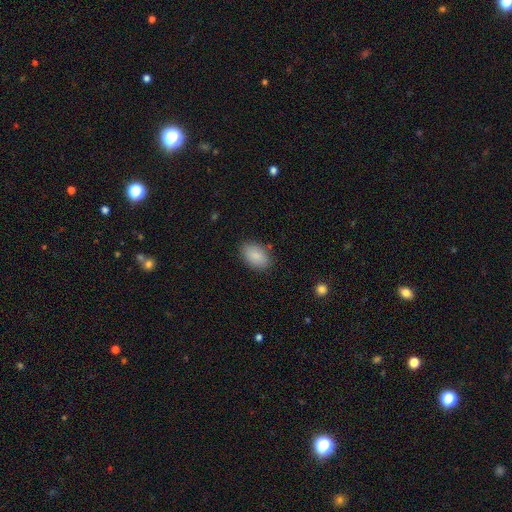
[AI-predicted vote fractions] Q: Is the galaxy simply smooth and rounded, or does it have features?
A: smooth — 88%.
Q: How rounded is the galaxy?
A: in between — 91%.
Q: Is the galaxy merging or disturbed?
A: none — 84%.